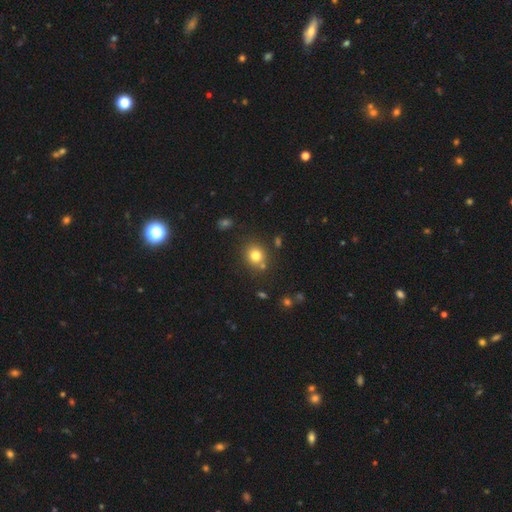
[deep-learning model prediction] smooth 79%, star or artifact 13%, featured or disk 8%. Down the decision tree: how rounded — round (80%); merging — none (77%).